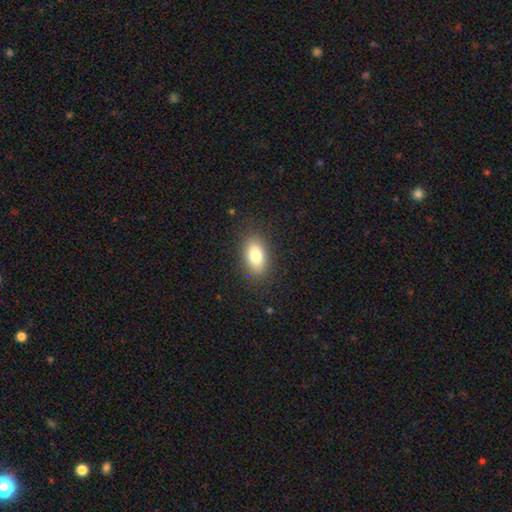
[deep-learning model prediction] Smooth or featured? smooth (79%)
How rounded? in between (88%)
Merging? none (88%)